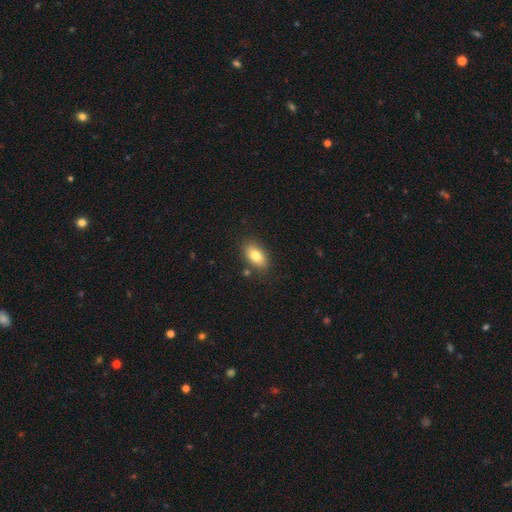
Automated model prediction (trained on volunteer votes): smooth 80%, featured or disk 12%, star or artifact 8%. Down the decision tree: how rounded — in between (89%); merging — none (82%).